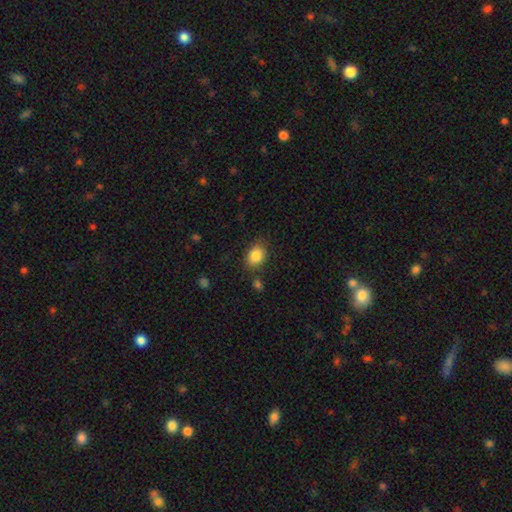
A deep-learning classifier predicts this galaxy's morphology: smooth-or-featured: smooth: 85% | star or artifact: 9% | featured or disk: 6%
  how-rounded: in between: 65% | round: 34% | cigar-shaped: 1%
  merging: none: 78% | minor disturbance: 15% | major disturbance: 4% | merger: 4%